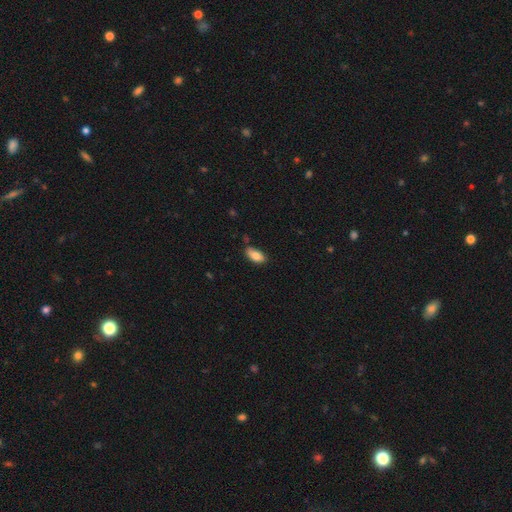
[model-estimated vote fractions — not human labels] Morphology: type=smooth (82%); roundness=in between (90%); merging=none (71%).